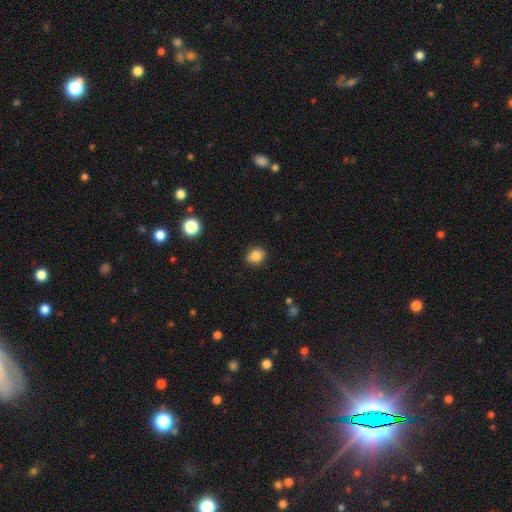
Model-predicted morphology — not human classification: This appears to be a smooth galaxy with no disk features (86%) that is round (54%). Merging: none (88%).